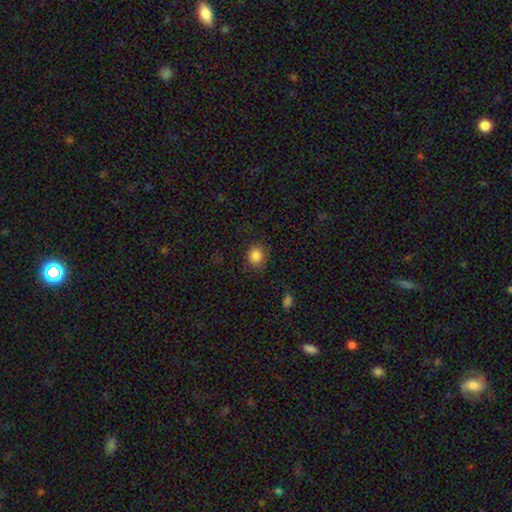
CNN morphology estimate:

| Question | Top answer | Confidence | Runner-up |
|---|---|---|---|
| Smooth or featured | smooth | 86% | star or artifact (10%) |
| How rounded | round | 81% | in between (18%) |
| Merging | none | 86% | minor disturbance (10%) |